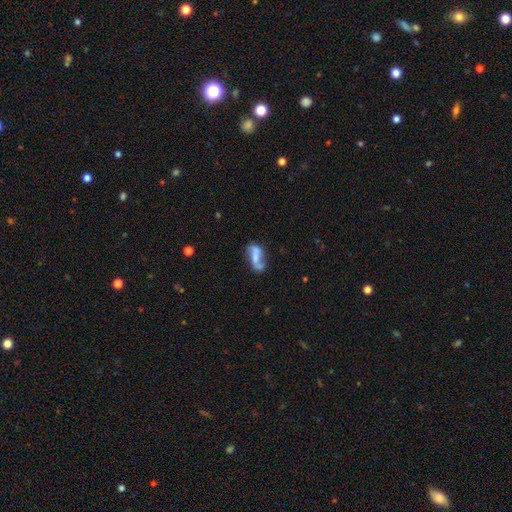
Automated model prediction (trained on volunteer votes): This appears to be a featured or disk galaxy (49%). Merging: none (33%, tied with merger).